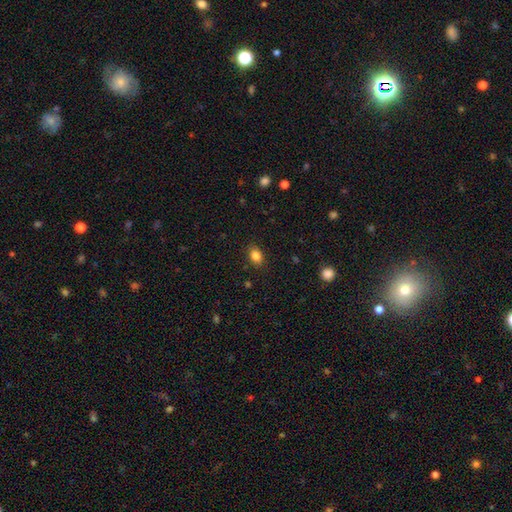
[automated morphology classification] smooth-or-featured: smooth: 84% | star or artifact: 10% | featured or disk: 6%
  how-rounded: in between: 74% | round: 25% | cigar-shaped: 1%
  merging: none: 87% | minor disturbance: 10% | major disturbance: 2% | merger: 1%